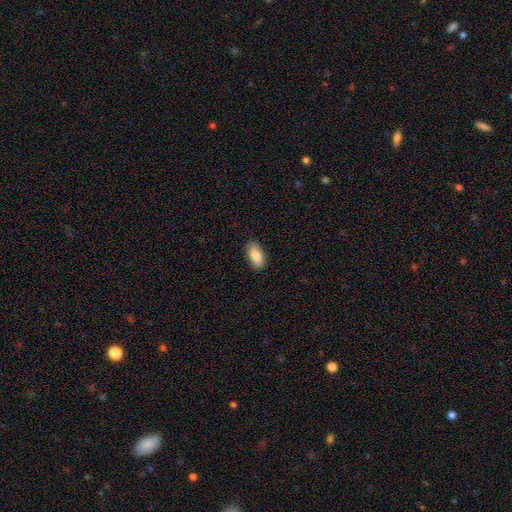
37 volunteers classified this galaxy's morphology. type=smooth (84%); roundness=in between (87%); merging=none (88%).